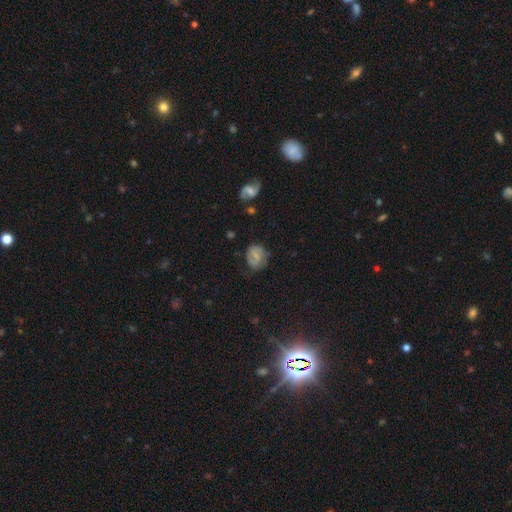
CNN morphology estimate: featured or disk 50%, smooth 41%, star or artifact 10%. Down the decision tree: merging — none (66%).